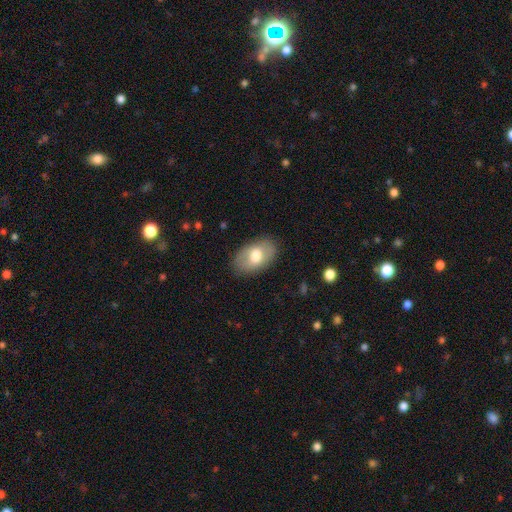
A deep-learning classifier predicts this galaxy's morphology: Smooth or featured? Predicted: smooth (p=0.66). How rounded? Predicted: in between (p=0.91). Merging? Predicted: none (p=0.82).